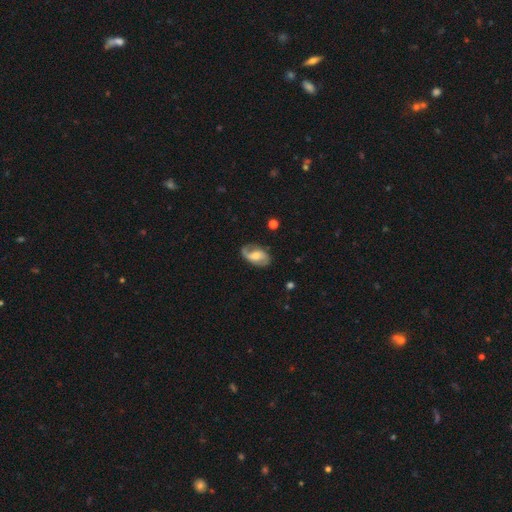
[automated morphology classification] type=featured or disk (70%); edge-on=no (96%); bar=weak (44%); spiral arms=yes (91%); winding=medium (41%); arm count=2 (75%); bulge=moderate (50%); merging=none (68%).